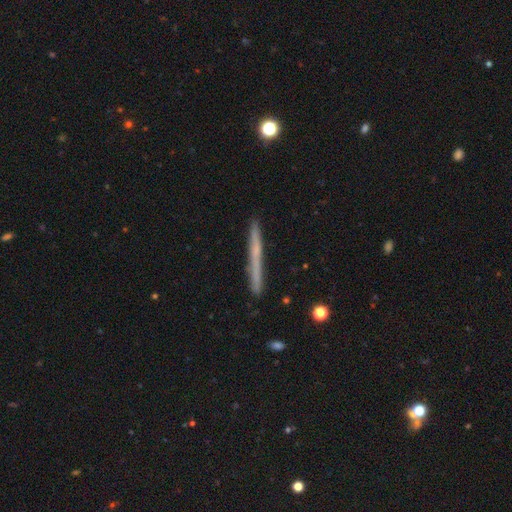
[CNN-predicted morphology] smooth-or-featured: featured or disk: 47% | smooth: 46% | star or artifact: 7%
  merging: none: 90% | minor disturbance: 8% | major disturbance: 1% | merger: 1%